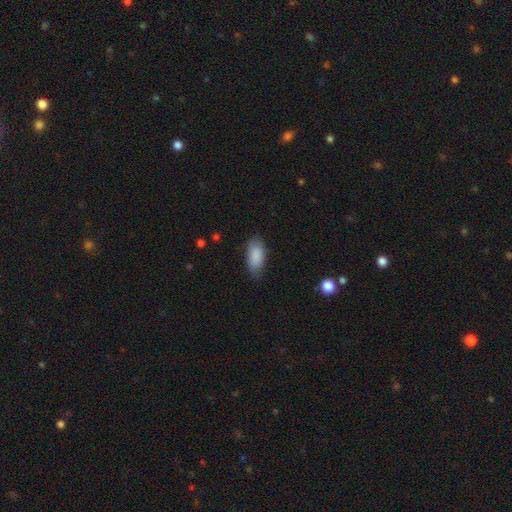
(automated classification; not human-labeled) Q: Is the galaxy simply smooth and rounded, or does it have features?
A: smooth — 88%.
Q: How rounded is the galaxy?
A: in between — 90%.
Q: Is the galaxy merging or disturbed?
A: none — 75%.